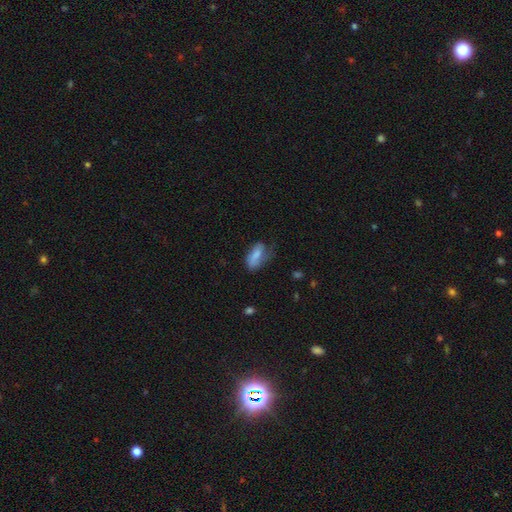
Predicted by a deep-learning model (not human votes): Q: Smooth or featured?
A: smooth (75%); runner-up: featured or disk (18%)
Q: How rounded?
A: in between (84%); runner-up: cigar-shaped (13%)
Q: Merging?
A: none (40%); runner-up: minor disturbance (34%)